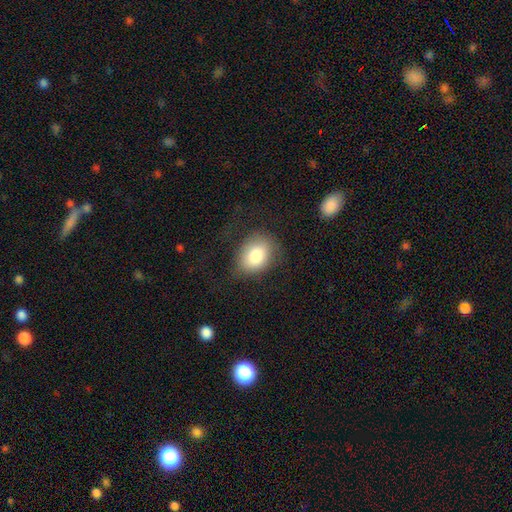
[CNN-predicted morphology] smooth-or-featured: smooth: 81% | featured or disk: 11% | star or artifact: 8%
  how-rounded: in between: 65% | round: 34% | cigar-shaped: 1%
  merging: none: 64% | minor disturbance: 22% | major disturbance: 13% | merger: 1%